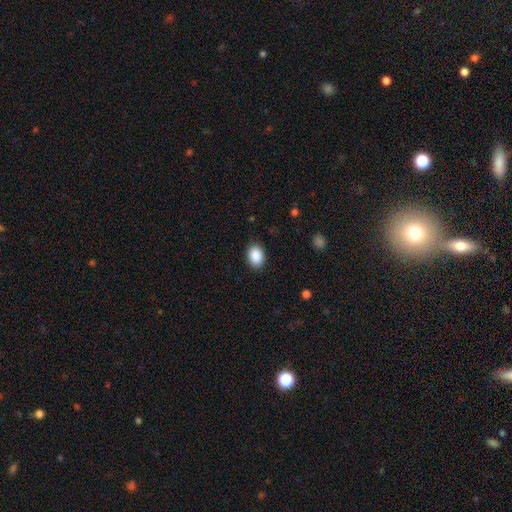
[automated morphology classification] Smooth or featured? smooth (90%)
How rounded? in between (78%)
Merging? none (88%)